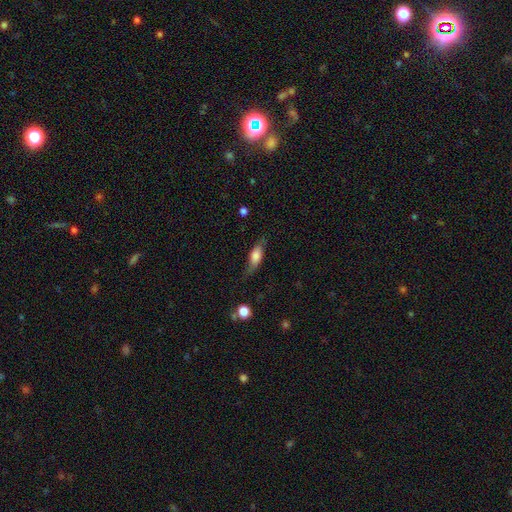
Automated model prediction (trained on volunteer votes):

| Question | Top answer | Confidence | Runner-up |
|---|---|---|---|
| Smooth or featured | smooth | 61% | featured or disk (32%) |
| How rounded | in between | 66% | cigar-shaped (30%) |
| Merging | none | 62% | minor disturbance (26%) |